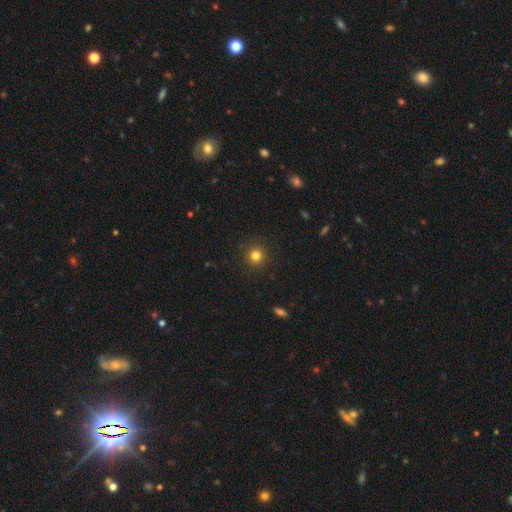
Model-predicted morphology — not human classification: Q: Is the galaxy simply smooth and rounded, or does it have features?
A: smooth — 82%.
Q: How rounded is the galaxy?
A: round — 94%.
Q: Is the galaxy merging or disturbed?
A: none — 91%.